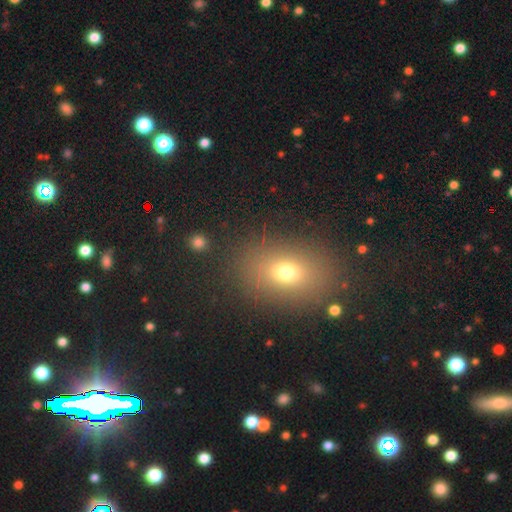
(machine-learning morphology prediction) smooth 58%, star or artifact 31%, featured or disk 11%. Down the decision tree: how rounded — in between (67%); merging — none (88%).